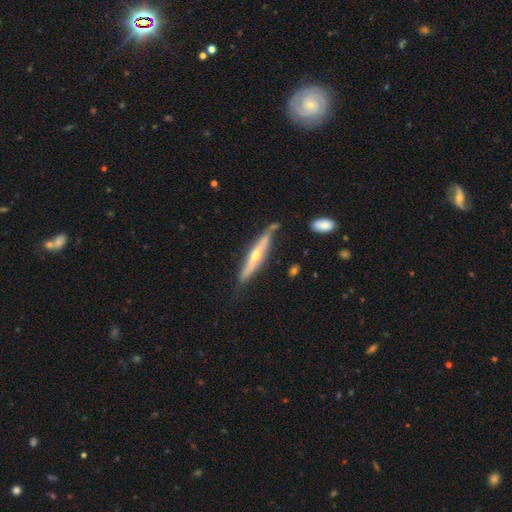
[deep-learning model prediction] Morphology: type=featured or disk (64%); edge-on=yes (91%); edge-on bulge=rounded (82%); merging=none (69%).